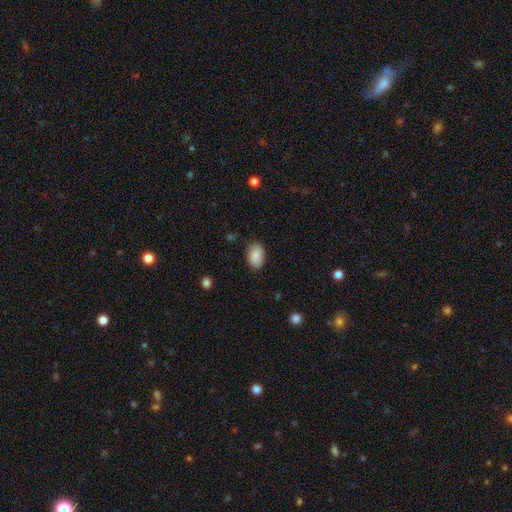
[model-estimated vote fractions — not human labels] Morphology: type=smooth (88%); roundness=in between (89%); merging=none (83%).